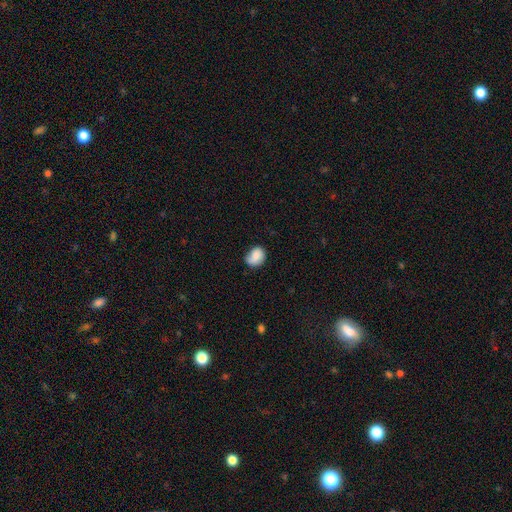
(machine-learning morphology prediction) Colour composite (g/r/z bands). It shows a smooth galaxy with no disk features (79%) that is in between round and cigar-shaped (51%). Merging: none (60%).